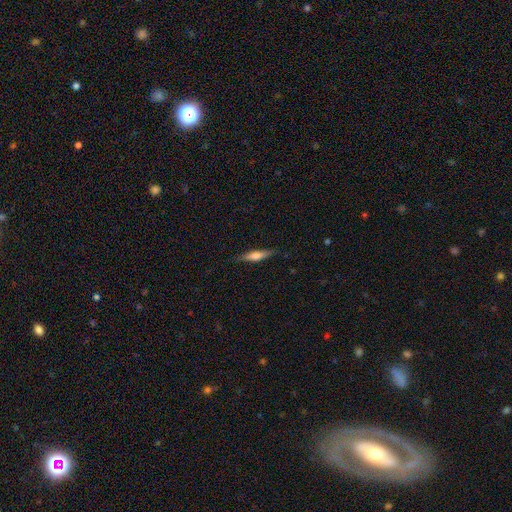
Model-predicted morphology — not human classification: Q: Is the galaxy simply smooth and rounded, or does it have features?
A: smooth — 52%.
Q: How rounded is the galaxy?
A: cigar-shaped — 83%.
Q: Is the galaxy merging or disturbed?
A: none — 86%.